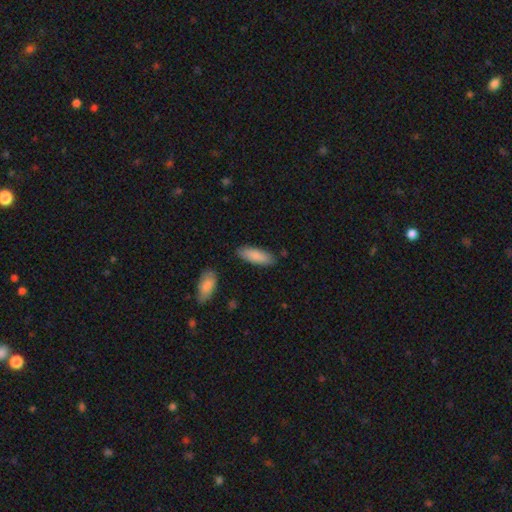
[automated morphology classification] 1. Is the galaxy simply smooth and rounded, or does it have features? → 87% smooth, 8% featured or disk, 5% star or artifact.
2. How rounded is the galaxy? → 63% in between, 36% cigar-shaped, 2% round.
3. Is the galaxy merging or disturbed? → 84% none, 11% minor disturbance, 3% merger, 2% major disturbance.